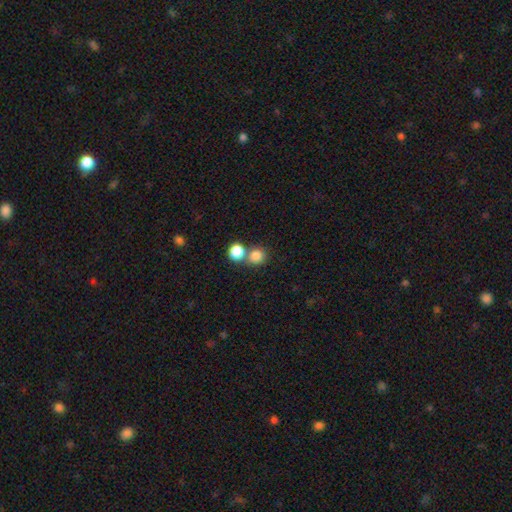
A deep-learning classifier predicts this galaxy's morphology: smooth-or-featured: smooth: 82% | star or artifact: 11% | featured or disk: 6%
  how-rounded: round: 87% | in between: 12% | cigar-shaped: 1%
  merging: none: 55% | merger: 35% | minor disturbance: 7% | major disturbance: 3%